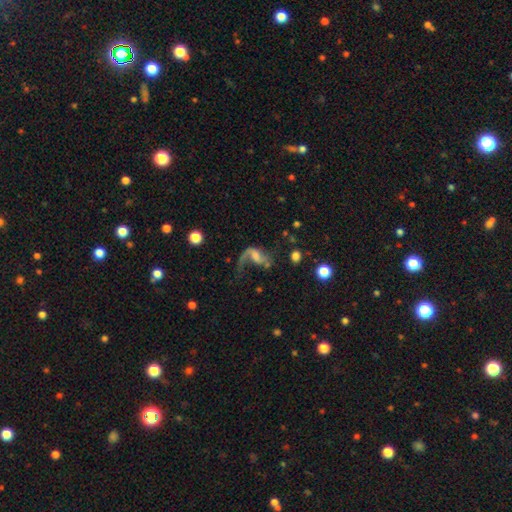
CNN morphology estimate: This appears to be a featured or disk galaxy (71%) with no bar (47%), 1 (49%) loose (82%) spiral arms (87%) and a small central bulge (36%). Merging: major disturbance (41%).